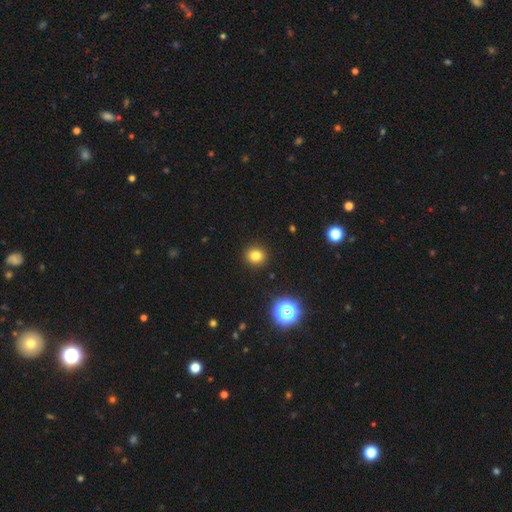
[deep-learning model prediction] smooth 80%, star or artifact 14%, featured or disk 6%. Down the decision tree: how rounded — round (86%); merging — none (92%).